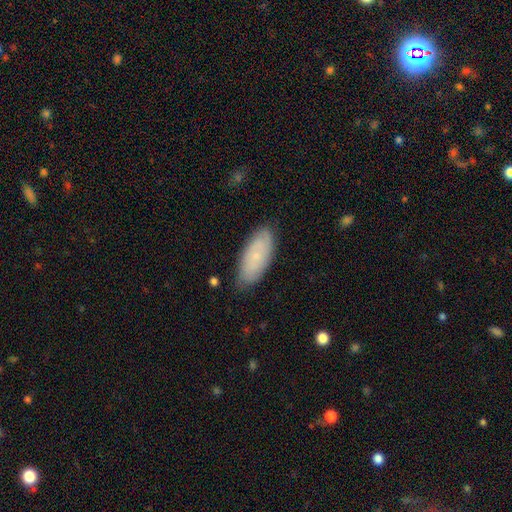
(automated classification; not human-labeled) Smooth or featured? Predicted: smooth (p=0.61). How rounded? Predicted: in between (p=0.84). Merging? Predicted: none (p=0.80).